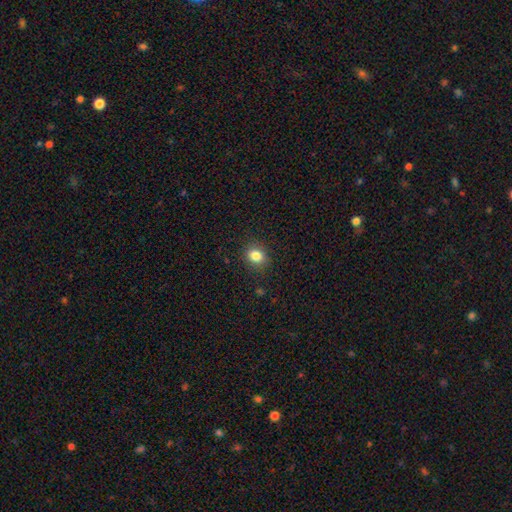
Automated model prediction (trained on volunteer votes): This is clearly a smooth galaxy (84%). How rounded: possibly round (60%). Merging: clearly none (87%).